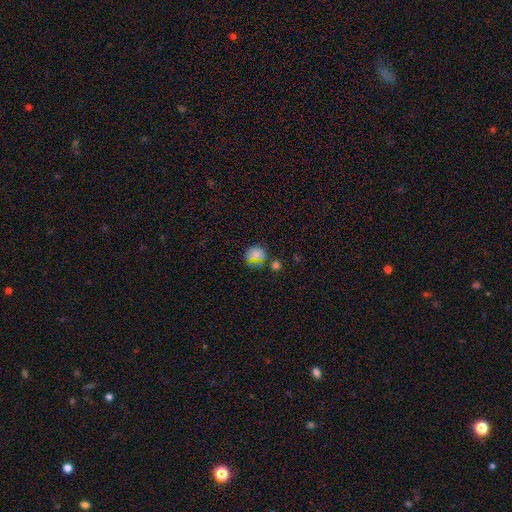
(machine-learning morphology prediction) Smooth or featured? smooth (65%)
How rounded? round (72%)
Merging? none (56%)